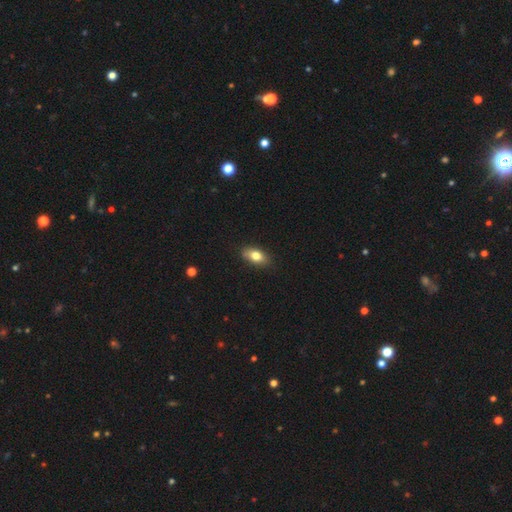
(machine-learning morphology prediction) This appears to be a smooth galaxy with no disk features (78%) that is in between round and cigar-shaped (87%). Merging: none (84%).